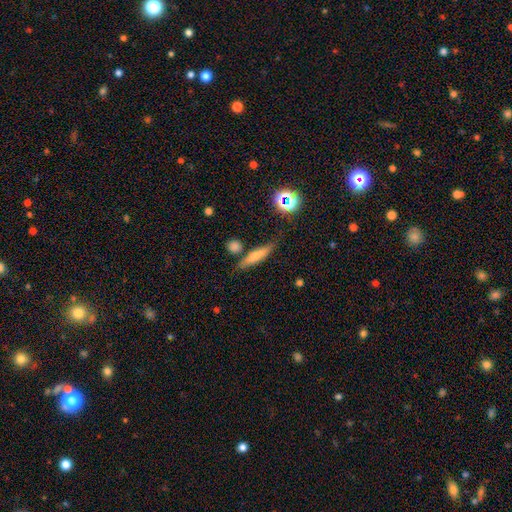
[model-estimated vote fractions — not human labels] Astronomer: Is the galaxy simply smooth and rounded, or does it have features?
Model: smooth — 67%.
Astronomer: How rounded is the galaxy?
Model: cigar-shaped — 78%.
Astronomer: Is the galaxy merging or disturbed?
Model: none — 73%.